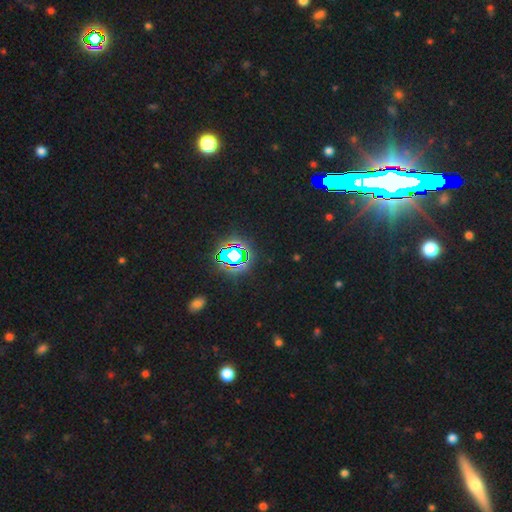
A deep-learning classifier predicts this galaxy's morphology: type=star or artifact (84%).